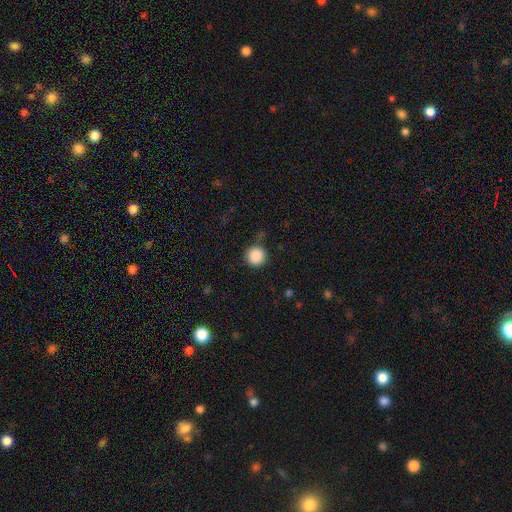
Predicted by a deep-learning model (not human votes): A smooth galaxy with no disk features (88%) that is round (96%). Merging: none (82%).